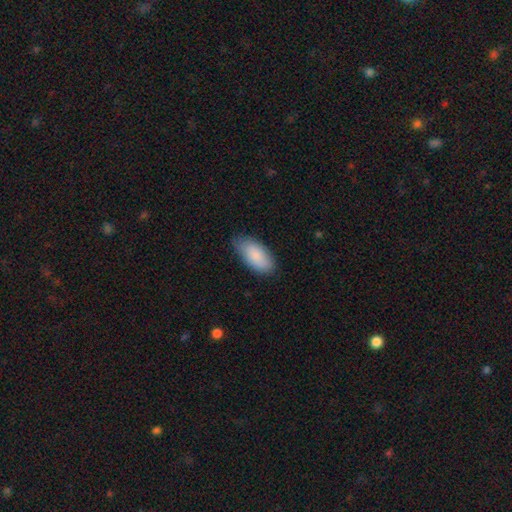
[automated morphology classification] Smooth or featured?
  - smooth: 88% *
  - featured or disk: 7%
  - star or artifact: 6%
How rounded?
  - in between: 92% *
  - cigar-shaped: 6%
  - round: 2%
Merging?
  - none: 76% *
  - minor disturbance: 19%
  - major disturbance: 3%
  - merger: 1%